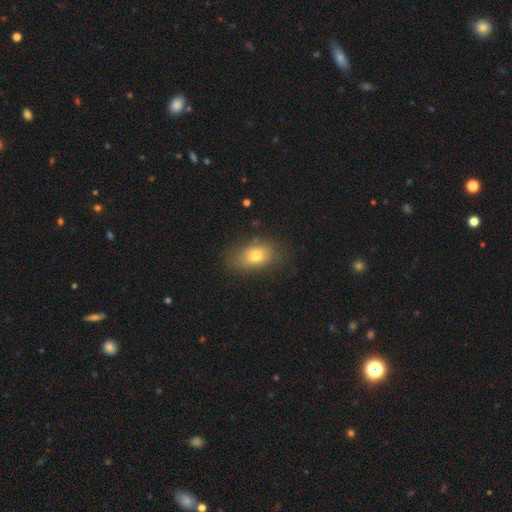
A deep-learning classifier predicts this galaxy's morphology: smooth_or_featured: smooth (p=0.72) [alt: featured or disk p=0.17]
how_rounded: in between (p=0.83) [alt: round p=0.14]
merging: none (p=0.71) [alt: minor disturbance p=0.20]